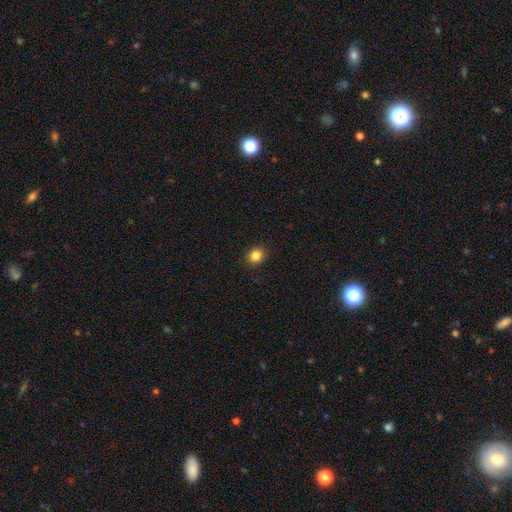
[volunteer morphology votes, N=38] Smooth or featured?
  - smooth: 87% *
  - star or artifact: 8%
  - featured or disk: 5%
How rounded?
  - round: 76% *
  - in between: 24%
  - cigar-shaped: 0%
Merging?
  - none: 77% *
  - minor disturbance: 14%
  - merger: 6%
  - major disturbance: 3%